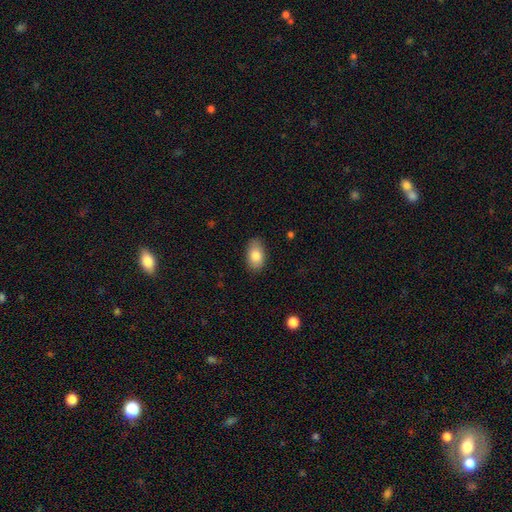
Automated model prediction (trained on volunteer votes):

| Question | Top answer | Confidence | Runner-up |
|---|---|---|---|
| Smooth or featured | smooth | 83% | featured or disk (10%) |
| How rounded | in between | 91% | round (7%) |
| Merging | none | 85% | minor disturbance (11%) |